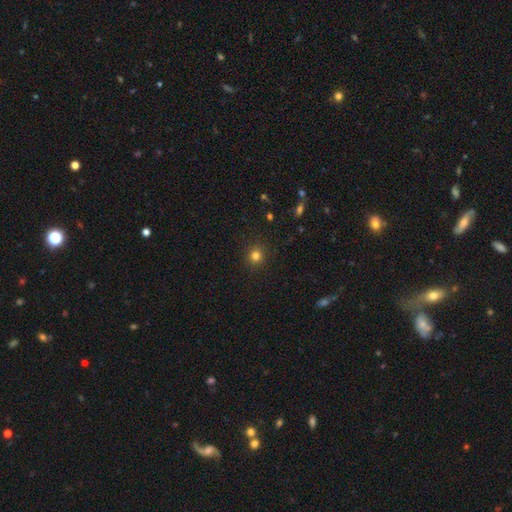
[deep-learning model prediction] Smooth or featured? smooth (80%)
How rounded? round (91%)
Merging? none (91%)